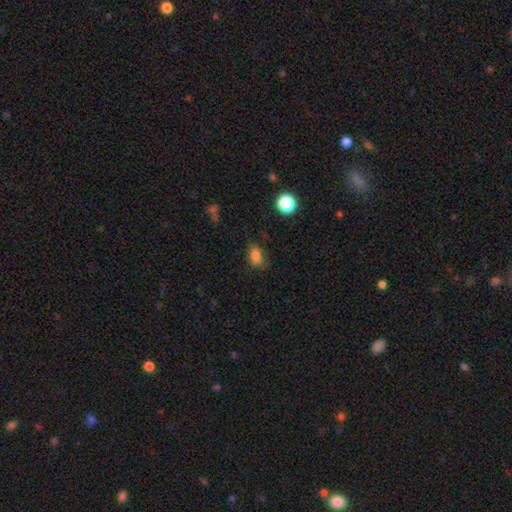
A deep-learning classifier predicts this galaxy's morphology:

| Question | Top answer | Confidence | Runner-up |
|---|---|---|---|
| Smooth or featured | smooth | 82% | star or artifact (12%) |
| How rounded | in between | 83% | round (14%) |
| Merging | none | 71% | minor disturbance (21%) |